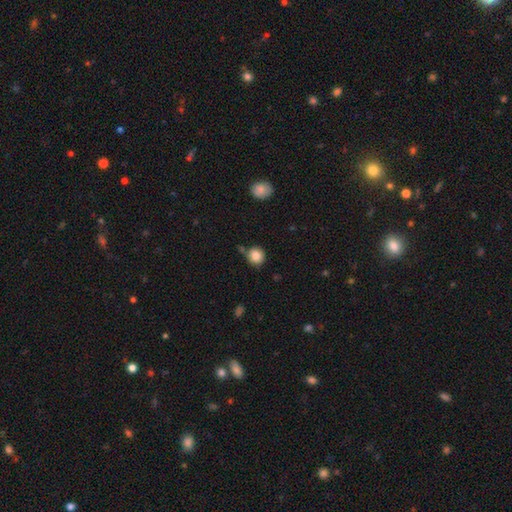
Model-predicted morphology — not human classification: Smooth or featured: smooth — 86% (star or artifact — 9%)
How rounded: round — 88% (in between — 11%)
Merging: none — 70% (minor disturbance — 17%)